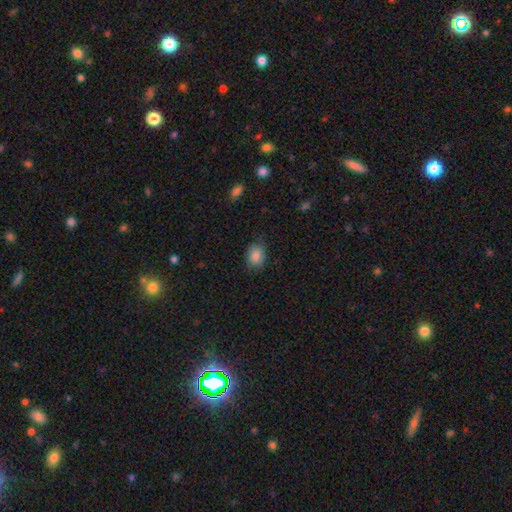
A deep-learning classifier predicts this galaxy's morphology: smooth_or_featured: smooth (p=0.85) [alt: star or artifact p=0.08]
how_rounded: in between (p=0.68) [alt: round p=0.31]
merging: none (p=0.73) [alt: minor disturbance p=0.21]